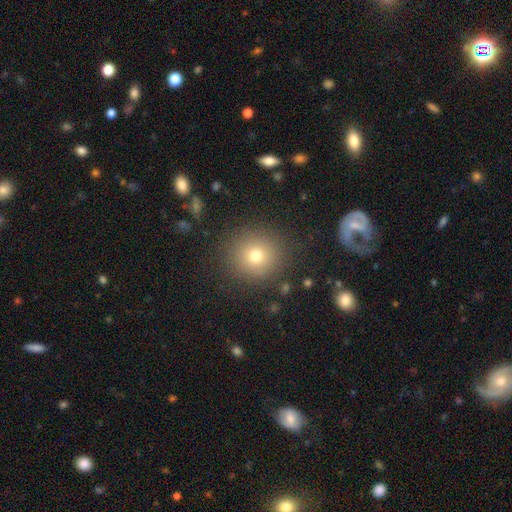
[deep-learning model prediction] Q: Smooth or featured?
A: smooth (73%); runner-up: star or artifact (16%)
Q: How rounded?
A: round (88%); runner-up: in between (11%)
Q: Merging?
A: none (86%); runner-up: minor disturbance (8%)